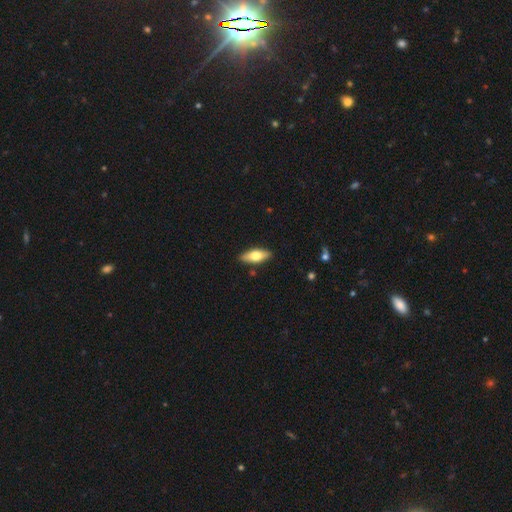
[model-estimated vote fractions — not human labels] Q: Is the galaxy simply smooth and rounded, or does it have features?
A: smooth — 63%.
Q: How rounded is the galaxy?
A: in between — 70%.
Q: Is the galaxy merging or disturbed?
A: none — 88%.